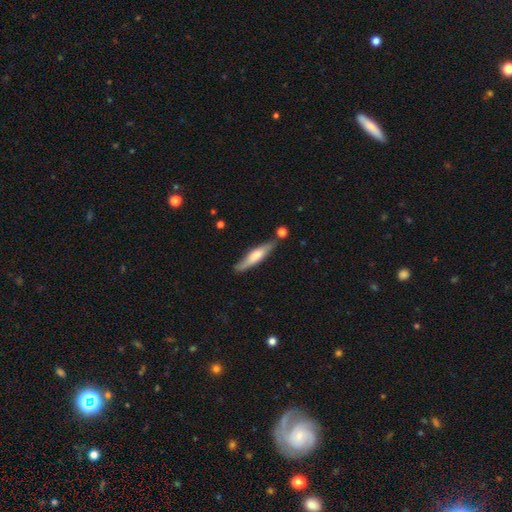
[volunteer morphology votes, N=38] A smooth galaxy with no disk features (50%) that is cigar-shaped (79%).

Vote fractions:
- Smooth or featured? smooth: 50% / featured or disk: 45% / star or artifact: 5%
- How rounded? cigar-shaped: 79% / in between: 21% / round: 0%
- Merging? none: 81% / minor disturbance: 8% / major disturbance: 6% / merger: 6%